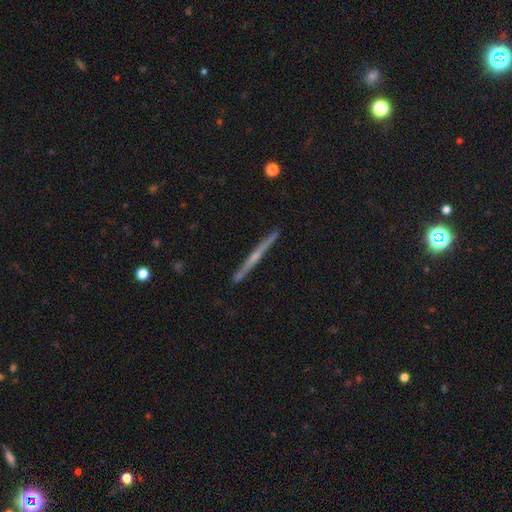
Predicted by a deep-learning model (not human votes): featured or disk 68%, smooth 26%, star or artifact 6%. Down the decision tree: edge-on disk — yes (98%); edge-on bulge — none (55%); merging — none (90%).